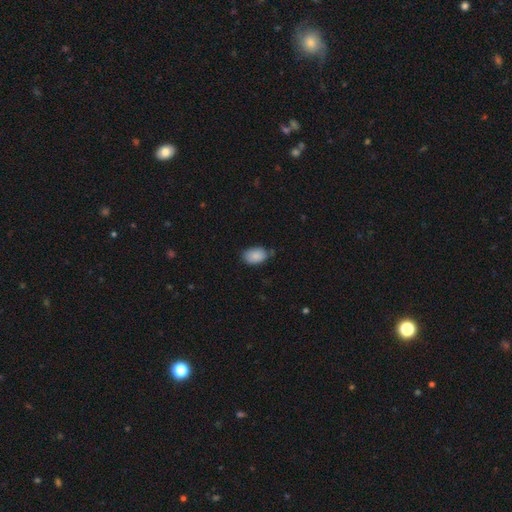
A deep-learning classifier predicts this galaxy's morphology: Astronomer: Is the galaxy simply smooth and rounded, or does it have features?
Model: smooth — 88%.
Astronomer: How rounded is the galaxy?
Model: in between — 87%.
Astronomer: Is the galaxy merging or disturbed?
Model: none — 70%.